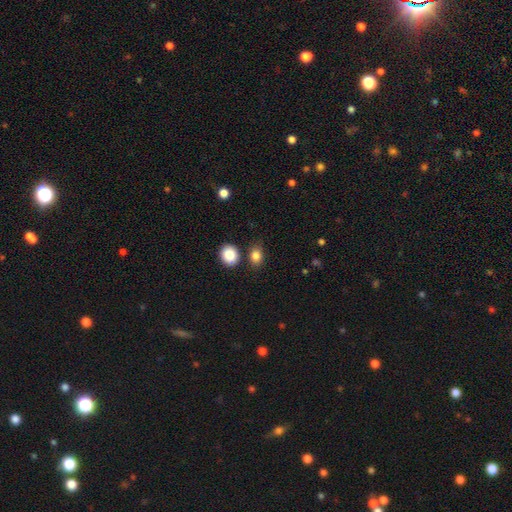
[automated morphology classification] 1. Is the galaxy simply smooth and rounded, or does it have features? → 85% smooth, 10% star or artifact, 5% featured or disk.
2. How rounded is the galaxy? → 58% in between, 40% round, 2% cigar-shaped.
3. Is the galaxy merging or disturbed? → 74% none, 13% minor disturbance, 9% merger, 3% major disturbance.